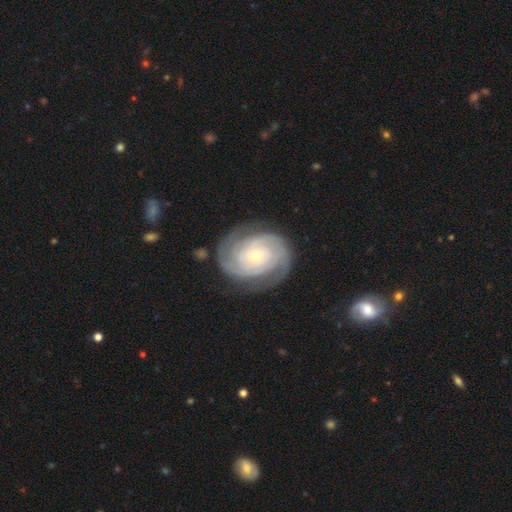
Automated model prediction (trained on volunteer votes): This is clearly a featured or disk galaxy (90%). It is clearly not viewed edge-on (98%). Bar: likely no (71%). Spiral arm pattern: clearly yes (98%). Spiral arm count: possibly 2 (48%). Spiral winding: likely tight (75%). Central bulge: likely small (73%). Merging: likely none (78%).